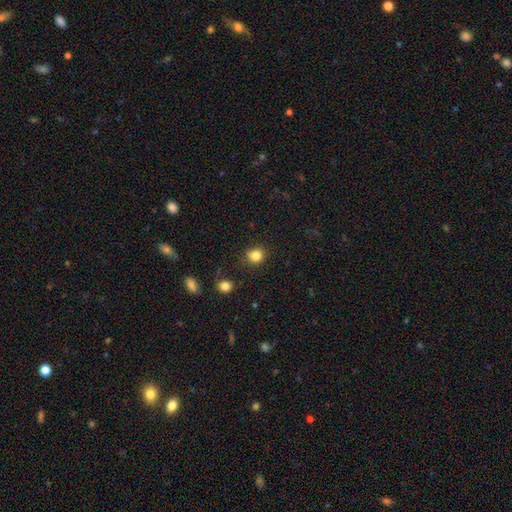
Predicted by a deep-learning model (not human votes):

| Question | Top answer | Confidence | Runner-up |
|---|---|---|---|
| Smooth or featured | smooth | 82% | star or artifact (12%) |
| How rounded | round | 82% | in between (17%) |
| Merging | none | 80% | minor disturbance (13%) |